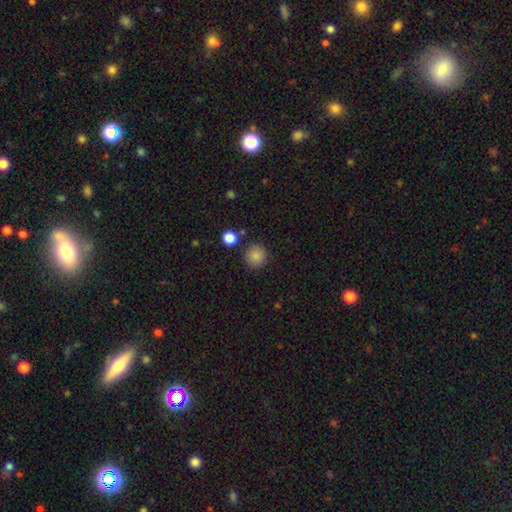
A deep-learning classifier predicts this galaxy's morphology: A smooth galaxy with no disk features (86%) that is round (92%). Merging: none (87%).